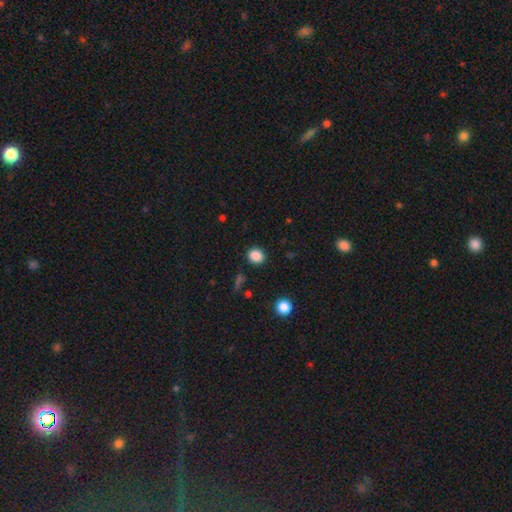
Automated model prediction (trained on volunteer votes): Morphology: type=smooth (86%); roundness=round (68%); merging=none (89%).